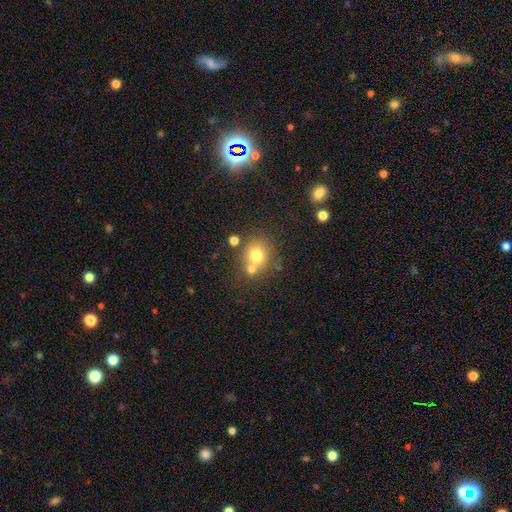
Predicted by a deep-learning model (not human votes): Smooth or featured? Predicted: smooth (p=0.72). How rounded? Predicted: round (p=0.77). Merging? Predicted: none (p=0.54).